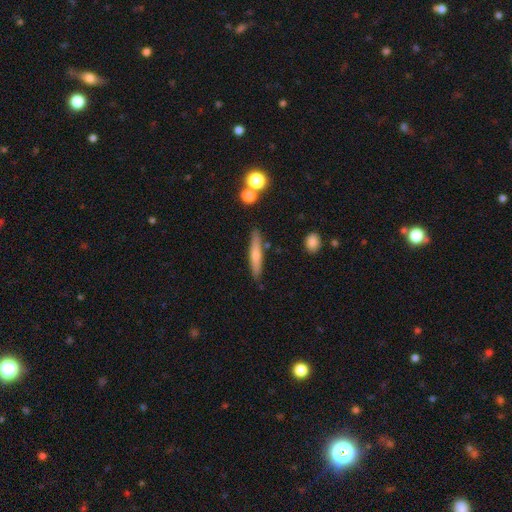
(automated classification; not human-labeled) This appears to be a smooth galaxy with no disk features (58%) that is cigar-shaped (91%). Merging: none (84%).